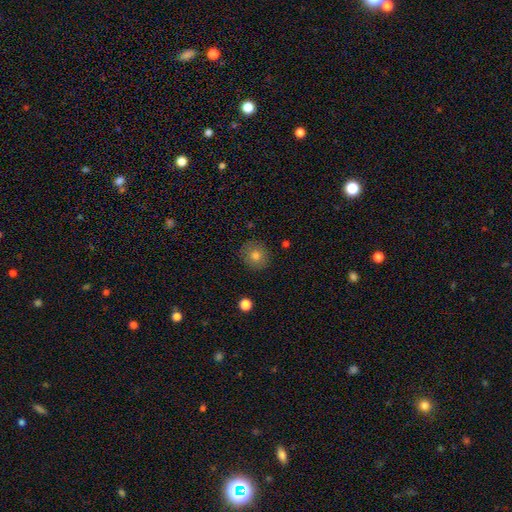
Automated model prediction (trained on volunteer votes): Q: Smooth or featured?
A: smooth (77%); runner-up: featured or disk (13%)
Q: How rounded?
A: round (89%); runner-up: in between (10%)
Q: Merging?
A: none (88%); runner-up: minor disturbance (8%)